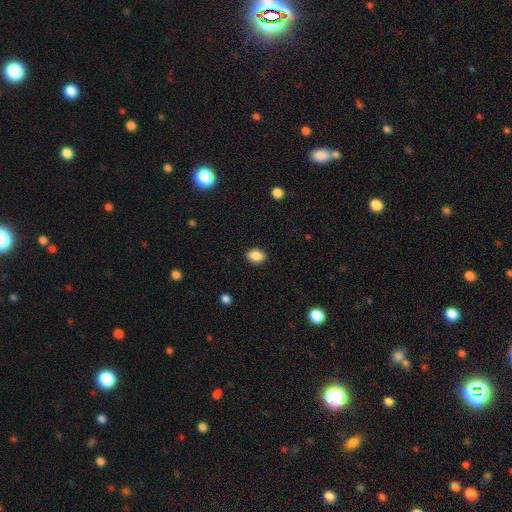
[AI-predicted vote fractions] This is clearly a smooth galaxy (88%). How rounded: likely in between (77%). Merging: clearly none (89%).